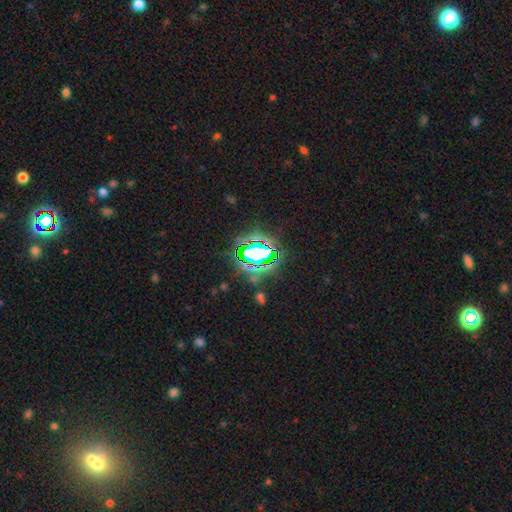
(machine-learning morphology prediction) Smooth or featured? Predicted: star or artifact (p=0.70).